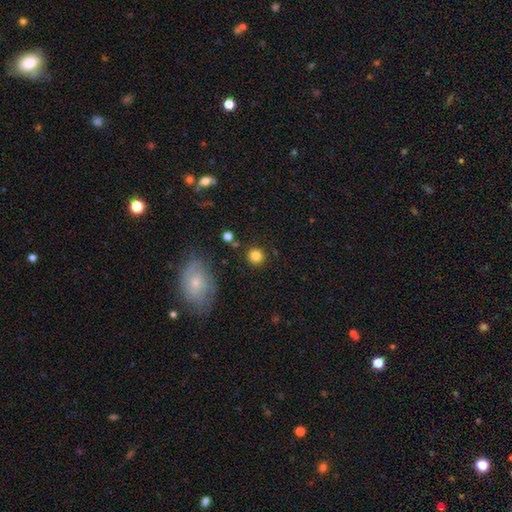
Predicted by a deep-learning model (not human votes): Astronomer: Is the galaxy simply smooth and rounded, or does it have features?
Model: smooth — 82%.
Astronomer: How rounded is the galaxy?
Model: round — 93%.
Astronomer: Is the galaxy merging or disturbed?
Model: none — 87%.